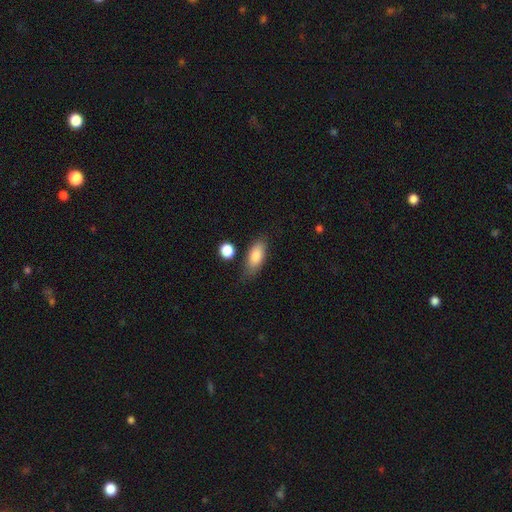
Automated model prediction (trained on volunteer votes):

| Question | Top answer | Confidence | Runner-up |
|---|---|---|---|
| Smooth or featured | smooth | 83% | featured or disk (10%) |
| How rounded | in between | 81% | cigar-shaped (15%) |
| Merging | none | 70% | minor disturbance (20%) |